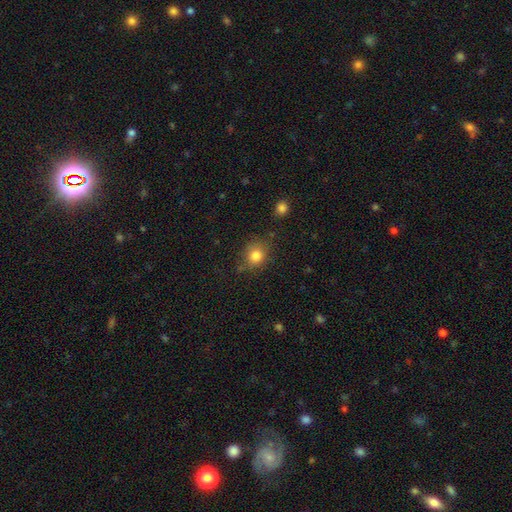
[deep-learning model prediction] Smooth or featured? smooth (82%)
How rounded? round (71%)
Merging? none (72%)